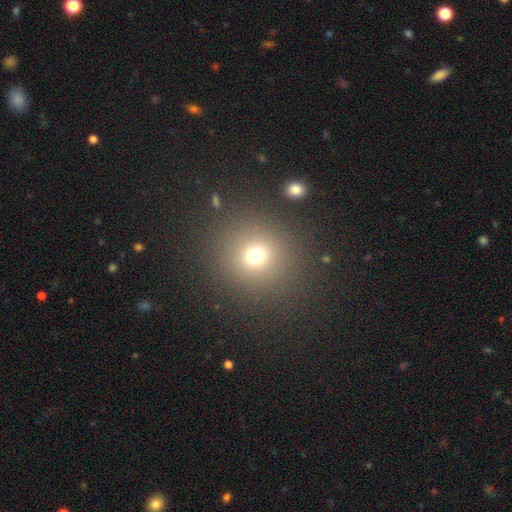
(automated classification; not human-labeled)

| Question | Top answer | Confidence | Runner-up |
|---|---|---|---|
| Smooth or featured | smooth | 71% | star or artifact (22%) |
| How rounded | round | 89% | in between (10%) |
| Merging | none | 84% | minor disturbance (7%) |